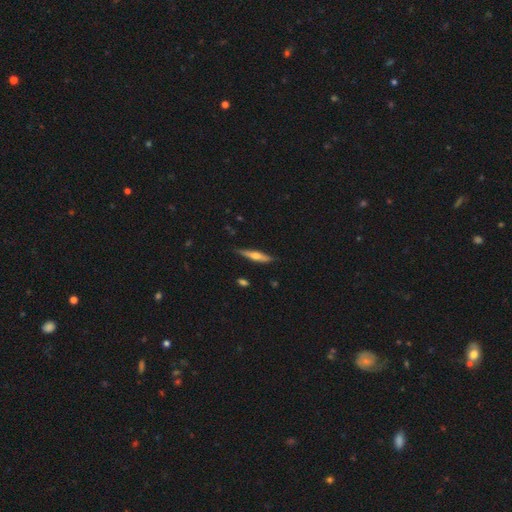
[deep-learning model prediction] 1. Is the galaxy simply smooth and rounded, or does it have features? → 53% featured or disk, 41% smooth, 6% star or artifact.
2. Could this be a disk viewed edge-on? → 94% yes, 6% no.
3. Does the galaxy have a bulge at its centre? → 88% rounded, 6% none, 6% boxy.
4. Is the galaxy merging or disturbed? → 83% none, 13% minor disturbance, 2% major disturbance, 2% merger.